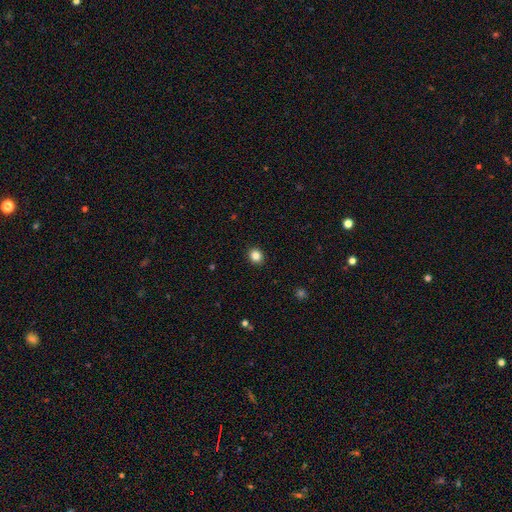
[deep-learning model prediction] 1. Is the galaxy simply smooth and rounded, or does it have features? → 84% smooth, 11% star or artifact, 5% featured or disk.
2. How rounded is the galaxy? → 75% round, 24% in between, 1% cigar-shaped.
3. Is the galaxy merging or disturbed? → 92% none, 6% minor disturbance, 2% major disturbance, 1% merger.